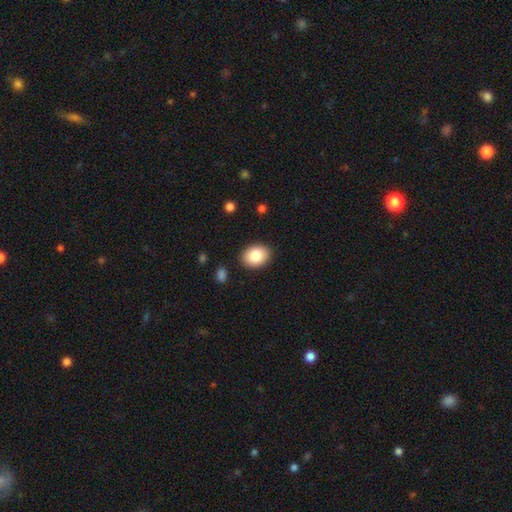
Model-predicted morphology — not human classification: A smooth galaxy with no disk features (85%) that is in between round and cigar-shaped (67%). Merging: none (89%).